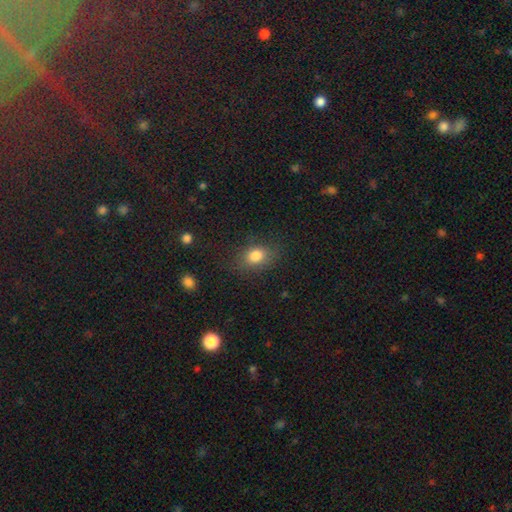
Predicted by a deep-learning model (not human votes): Q: Smooth or featured?
A: smooth (81%); runner-up: star or artifact (11%)
Q: How rounded?
A: in between (61%); runner-up: round (37%)
Q: Merging?
A: none (77%); runner-up: minor disturbance (16%)